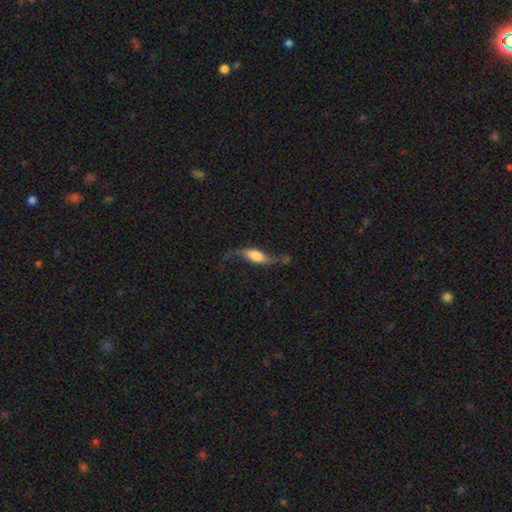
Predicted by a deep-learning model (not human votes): A featured or disk galaxy (73%) with no bar (50%), spiral arms (91%) and a large central bulge (37%). Merging: none (57%).